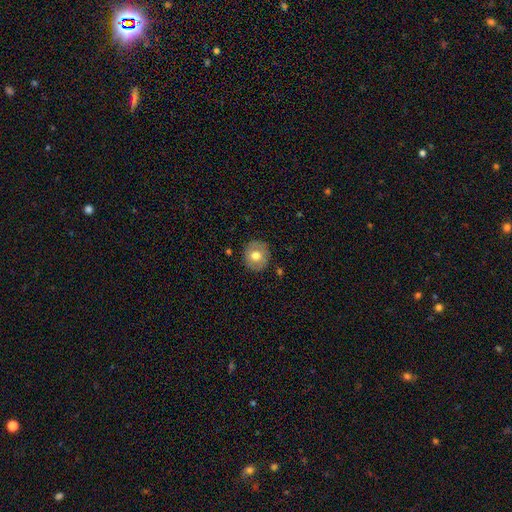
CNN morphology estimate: Q: Smooth or featured?
A: smooth (67%); runner-up: featured or disk (26%)
Q: How rounded?
A: round (86%); runner-up: in between (13%)
Q: Merging?
A: none (86%); runner-up: minor disturbance (10%)